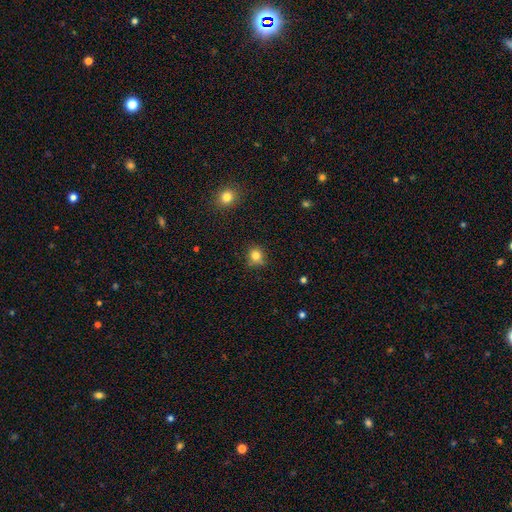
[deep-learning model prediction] Morphology: type=smooth (81%); roundness=round (85%); merging=none (78%).